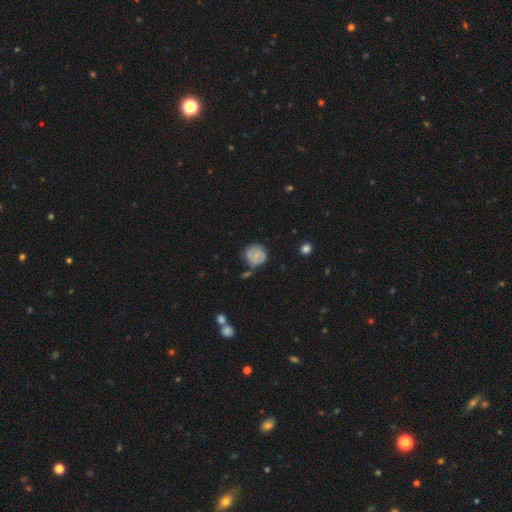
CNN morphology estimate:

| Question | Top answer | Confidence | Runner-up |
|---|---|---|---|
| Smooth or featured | smooth | 54% | featured or disk (38%) |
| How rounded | round | 85% | in between (14%) |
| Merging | none | 63% | minor disturbance (25%) |